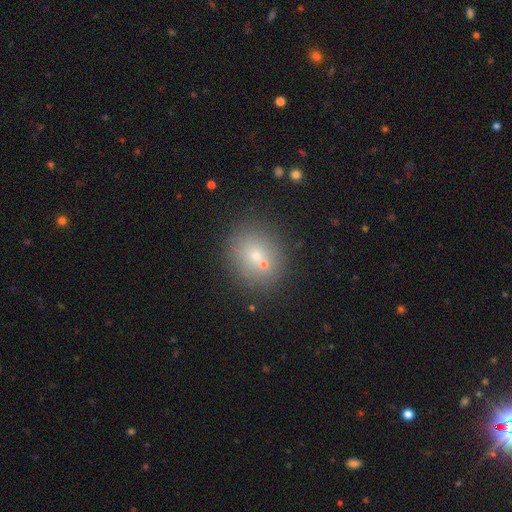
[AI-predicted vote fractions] Smooth or featured: smooth — 63% (star or artifact — 19%)
How rounded: round — 77% (in between — 22%)
Merging: none — 64% (merger — 24%)